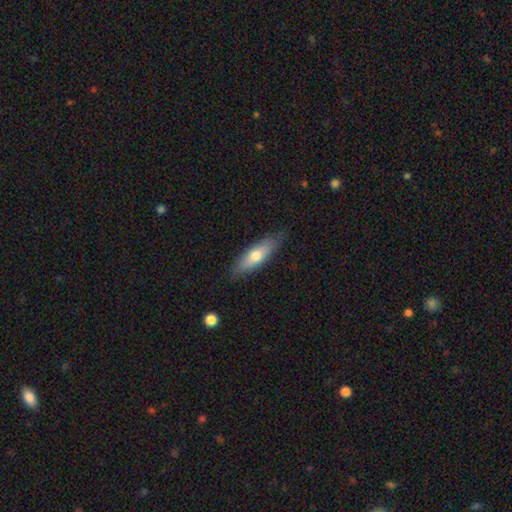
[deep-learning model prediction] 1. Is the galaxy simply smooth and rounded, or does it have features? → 63% smooth, 31% featured or disk, 6% star or artifact.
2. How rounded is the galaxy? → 50% cigar-shaped, 47% in between, 2% round.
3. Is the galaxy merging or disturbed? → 81% none, 15% minor disturbance, 3% major disturbance, 1% merger.